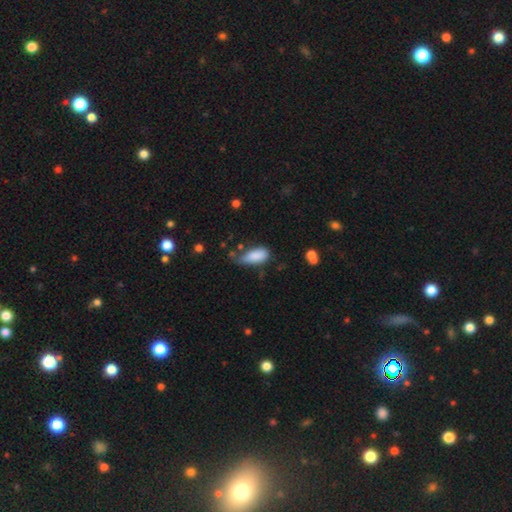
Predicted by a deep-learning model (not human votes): This is clearly a smooth galaxy (85%). How rounded: clearly in between (85%). Merging: marginally minor disturbance (41%).